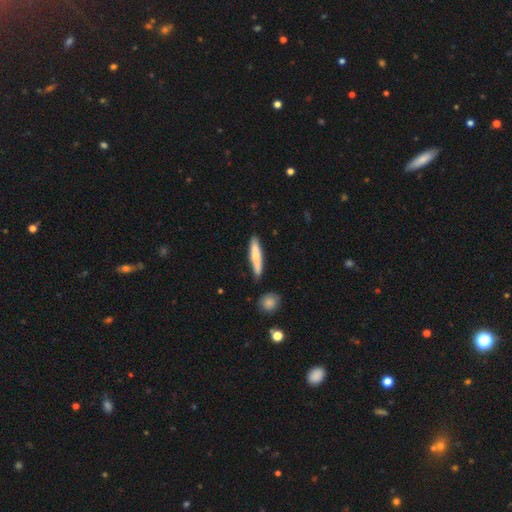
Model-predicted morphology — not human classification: smooth_or_featured: smooth (p=0.73) [alt: featured or disk p=0.22]
how_rounded: cigar-shaped (p=0.88) [alt: in between p=0.10]
merging: none (p=0.83) [alt: minor disturbance p=0.12]